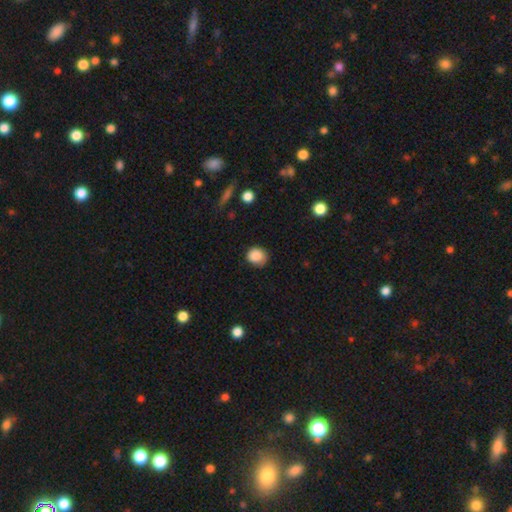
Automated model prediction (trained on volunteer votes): Smooth or featured? smooth (87%)
How rounded? round (71%)
Merging? none (69%)